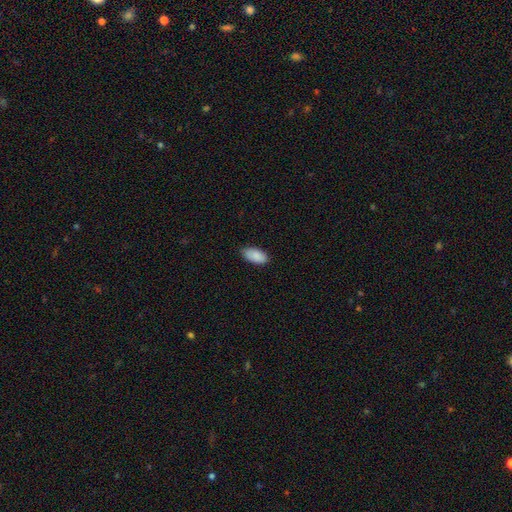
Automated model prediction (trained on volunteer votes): Smooth or featured: smooth — 89% (star or artifact — 6%)
How rounded: in between — 95% (cigar-shaped — 3%)
Merging: none — 84% (minor disturbance — 13%)